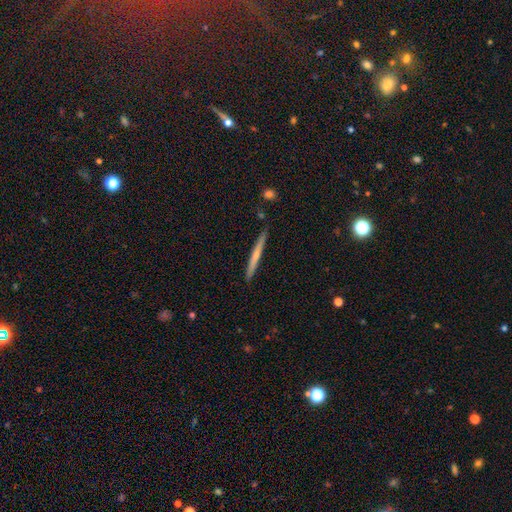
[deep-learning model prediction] A featured or disk galaxy (52%) viewed edge-on (97%) with no central bulge (49%). Merging: none (90%).